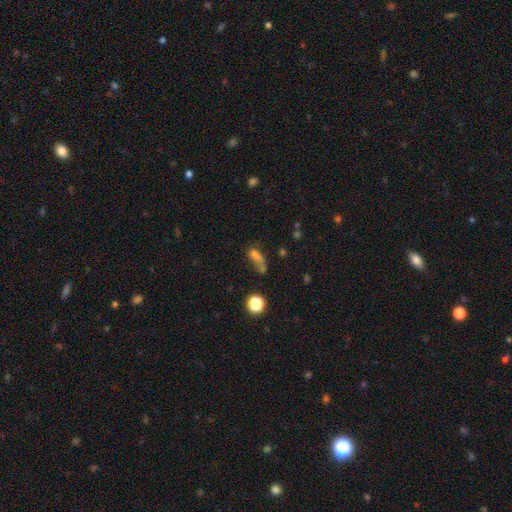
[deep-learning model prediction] smooth-or-featured: smooth: 59% | star or artifact: 24% | featured or disk: 16%
  how-rounded: in between: 59% | cigar-shaped: 22% | round: 19%
  merging: none: 35% | merger: 23% | major disturbance: 23% | minor disturbance: 19%